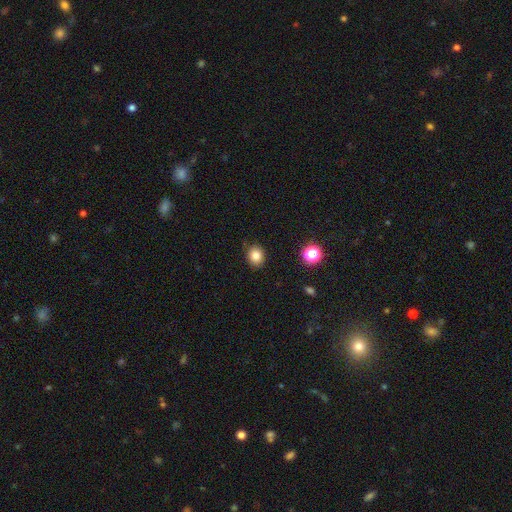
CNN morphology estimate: Smooth or featured?
  - smooth: 82% *
  - star or artifact: 12%
  - featured or disk: 6%
How rounded?
  - round: 63% *
  - in between: 36%
  - cigar-shaped: 1%
Merging?
  - none: 86% *
  - minor disturbance: 10%
  - major disturbance: 2%
  - merger: 2%